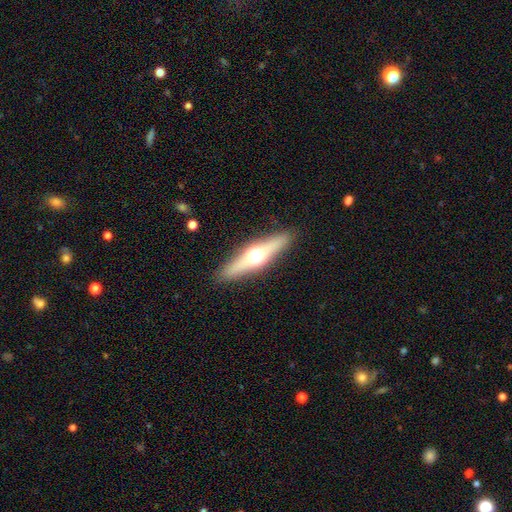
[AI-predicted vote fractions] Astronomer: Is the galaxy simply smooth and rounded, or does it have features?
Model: featured or disk — 60%.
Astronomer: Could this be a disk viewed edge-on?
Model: yes — 92%.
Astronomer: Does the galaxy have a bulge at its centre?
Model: rounded — 95%.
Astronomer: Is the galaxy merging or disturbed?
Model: none — 89%.